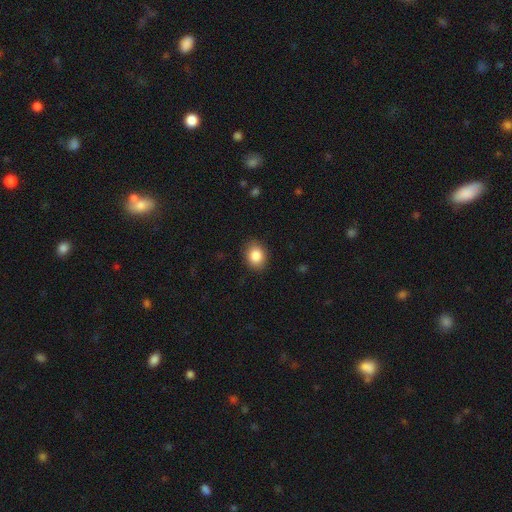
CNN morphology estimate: A smooth galaxy with no disk features (86%) that is in between round and cigar-shaped (51%). Merging: none (87%).